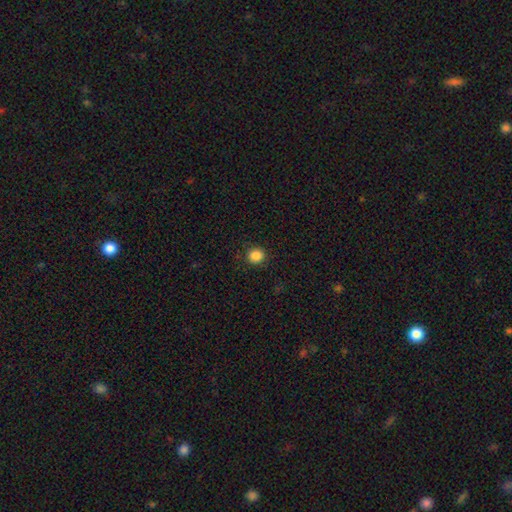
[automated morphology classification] Smooth or featured: smooth — 86% (star or artifact — 10%)
How rounded: round — 90% (in between — 10%)
Merging: none — 89% (minor disturbance — 7%)